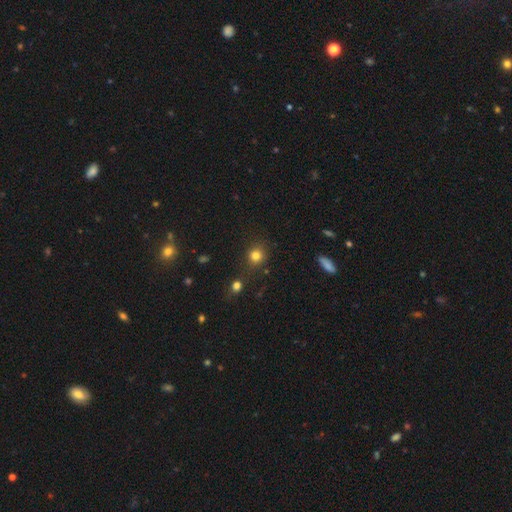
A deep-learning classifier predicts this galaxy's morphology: Q: Smooth or featured?
A: smooth (80%); runner-up: star or artifact (15%)
Q: How rounded?
A: round (88%); runner-up: in between (11%)
Q: Merging?
A: none (82%); runner-up: minor disturbance (10%)